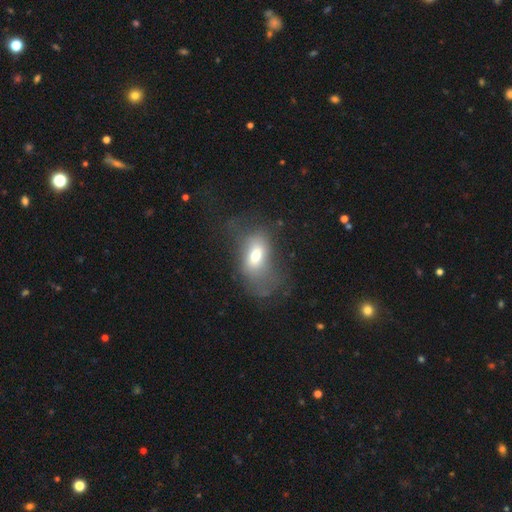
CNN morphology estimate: Smooth or featured? Predicted: smooth (p=0.61). How rounded? Predicted: in between (p=0.81). Merging? Predicted: major disturbance (p=0.37, tied with none).